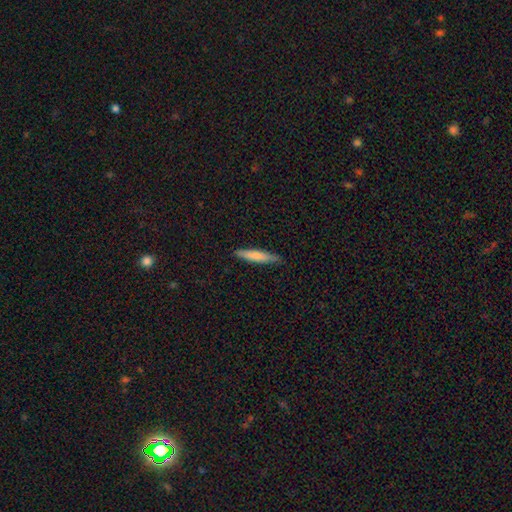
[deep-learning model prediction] This appears to be a smooth galaxy with no disk features (75%) that is cigar-shaped (85%). Merging: none (85%).